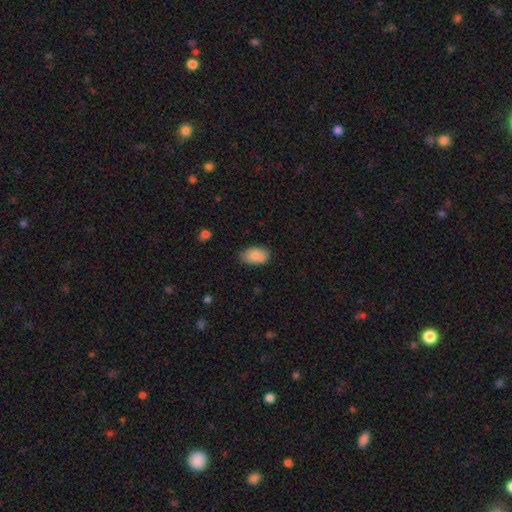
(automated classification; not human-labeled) Q: Smooth or featured?
A: smooth (83%); runner-up: featured or disk (10%)
Q: How rounded?
A: in between (92%); runner-up: round (6%)
Q: Merging?
A: none (72%); runner-up: minor disturbance (17%)